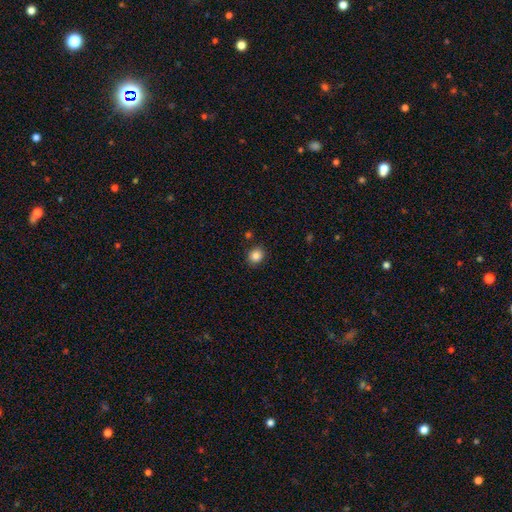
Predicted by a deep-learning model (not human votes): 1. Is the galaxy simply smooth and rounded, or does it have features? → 86% smooth, 10% star or artifact, 4% featured or disk.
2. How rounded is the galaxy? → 72% round, 27% in between, 1% cigar-shaped.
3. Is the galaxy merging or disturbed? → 86% none, 9% minor disturbance, 3% merger, 2% major disturbance.